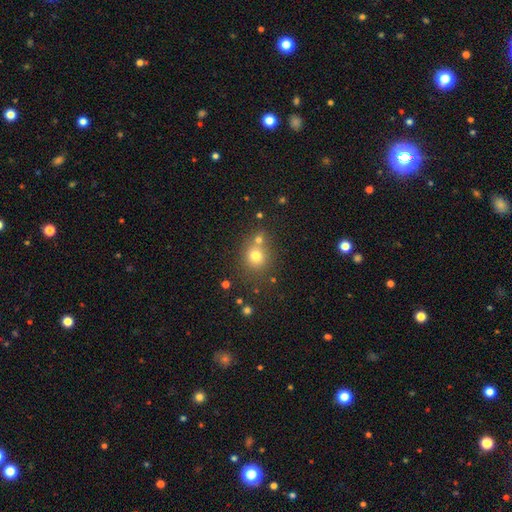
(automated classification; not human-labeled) Q: Smooth or featured?
A: smooth (74%); runner-up: star or artifact (16%)
Q: How rounded?
A: round (80%); runner-up: in between (19%)
Q: Merging?
A: none (61%); runner-up: merger (24%)